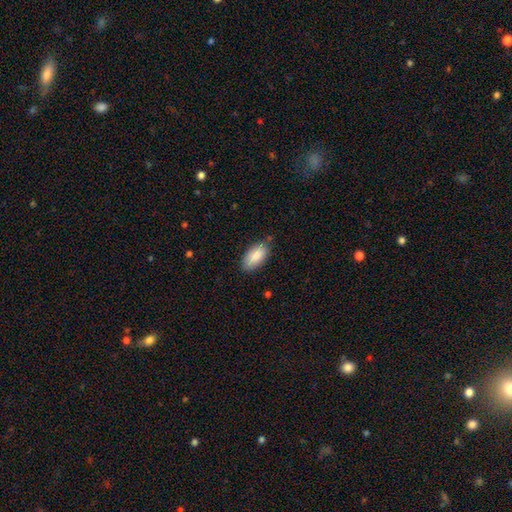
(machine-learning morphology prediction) smooth 88%, featured or disk 6%, star or artifact 6%. Down the decision tree: how rounded — in between (92%); merging — none (78%).